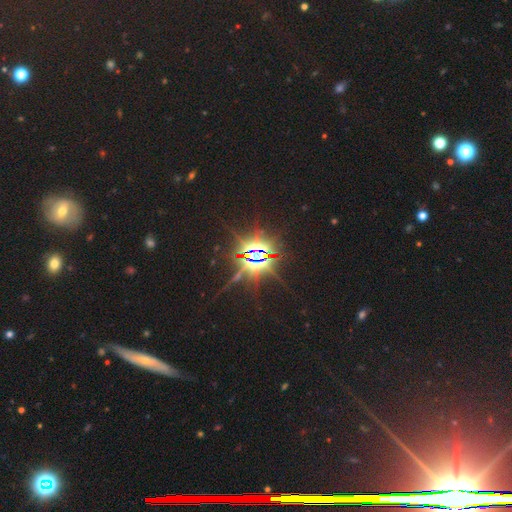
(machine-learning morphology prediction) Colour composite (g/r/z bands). It shows a star or artifact, not a galaxy (85%).